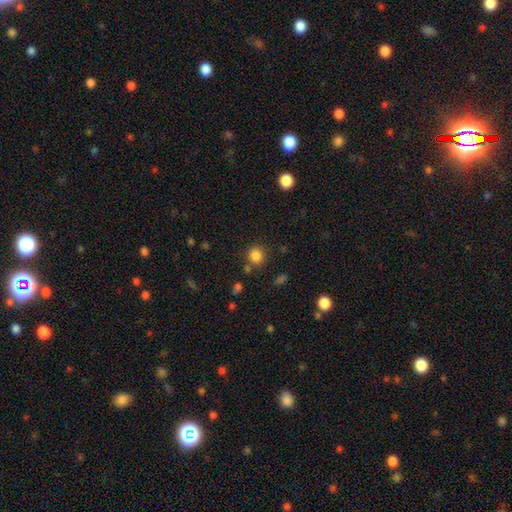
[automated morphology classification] This is clearly a smooth galaxy (83%). How rounded: likely round (79%). Merging: likely none (78%).